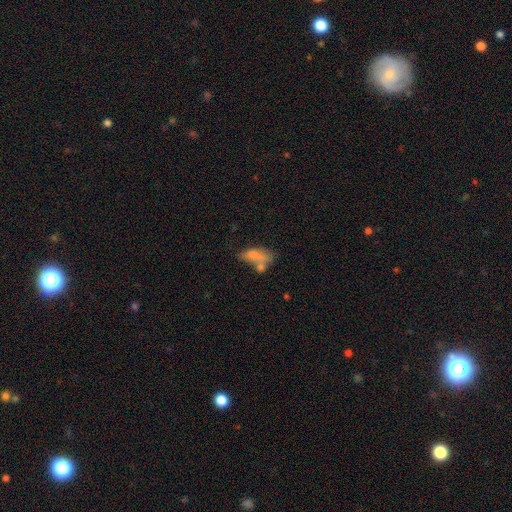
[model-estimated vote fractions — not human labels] Smooth or featured? smooth (67%)
How rounded? in between (80%)
Merging? merger (35%)